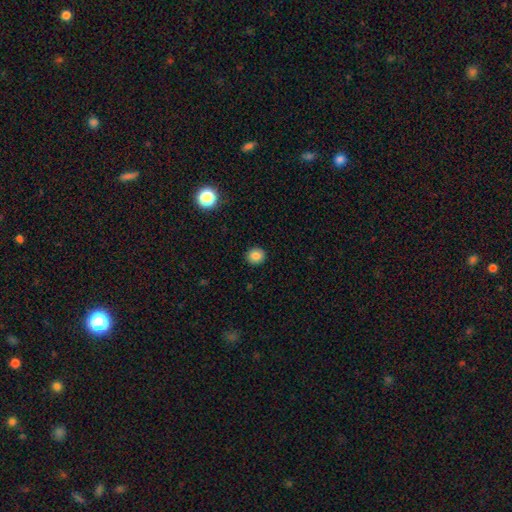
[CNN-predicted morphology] A smooth galaxy with no disk features (84%) that is round (85%). Merging: none (91%).